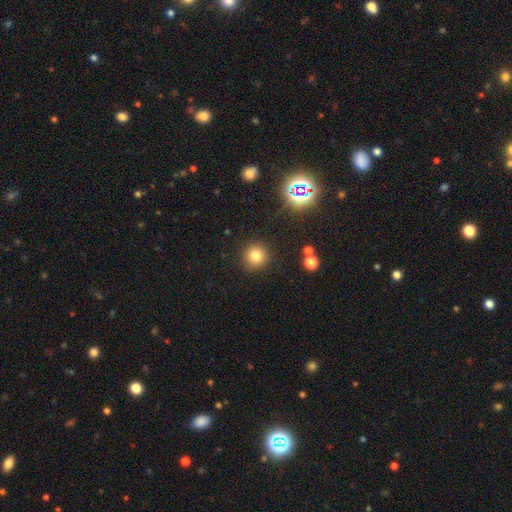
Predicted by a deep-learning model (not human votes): Q: Smooth or featured?
A: smooth (78%); runner-up: star or artifact (16%)
Q: How rounded?
A: round (94%); runner-up: in between (5%)
Q: Merging?
A: none (90%); runner-up: minor disturbance (6%)